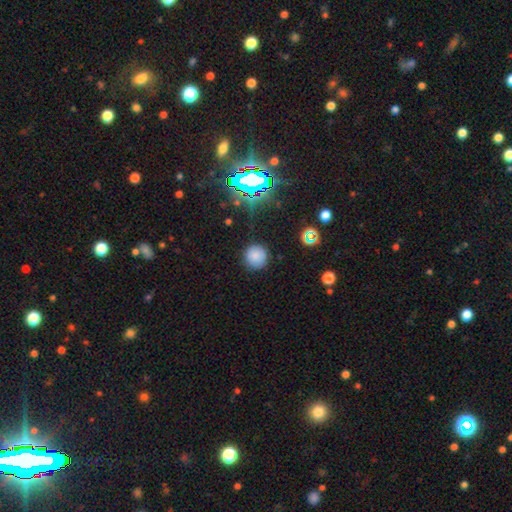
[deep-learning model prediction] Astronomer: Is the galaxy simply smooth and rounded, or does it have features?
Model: smooth — 78%.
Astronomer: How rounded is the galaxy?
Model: round — 94%.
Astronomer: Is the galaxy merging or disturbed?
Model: none — 87%.